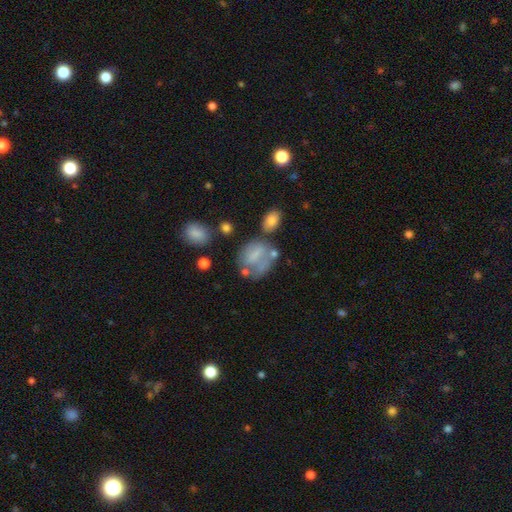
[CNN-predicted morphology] Smooth or featured: smooth — 58% (featured or disk — 32%)
How rounded: round — 52% (in between — 46%)
Merging: none — 42% (minor disturbance — 24%)